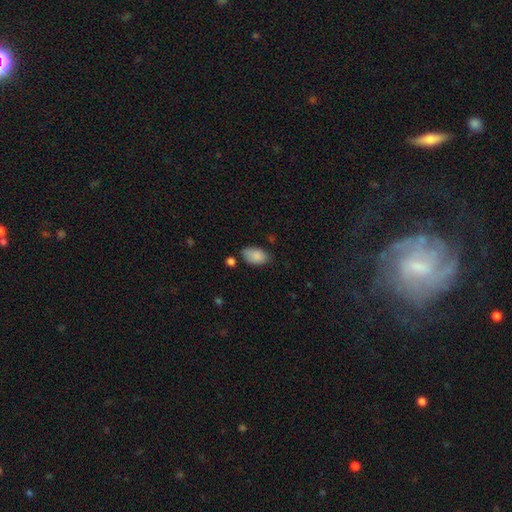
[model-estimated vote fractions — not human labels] Smooth or featured? smooth (87%)
How rounded? in between (92%)
Merging? none (66%)